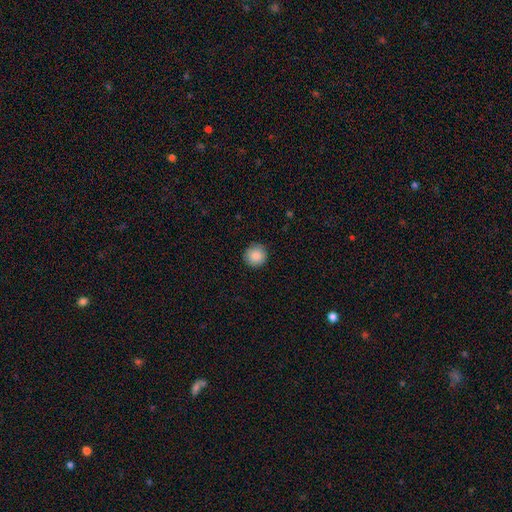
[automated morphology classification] Overall: smooth (88%). How rounded: round (94%). Merging: none (92%).